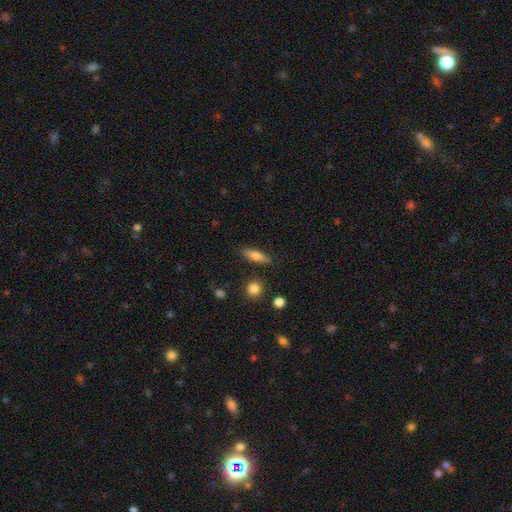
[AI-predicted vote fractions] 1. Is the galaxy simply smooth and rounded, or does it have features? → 64% smooth, 29% featured or disk, 8% star or artifact.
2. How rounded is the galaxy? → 55% cigar-shaped, 41% in between, 4% round.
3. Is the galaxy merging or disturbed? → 84% none, 11% minor disturbance, 3% major disturbance, 3% merger.